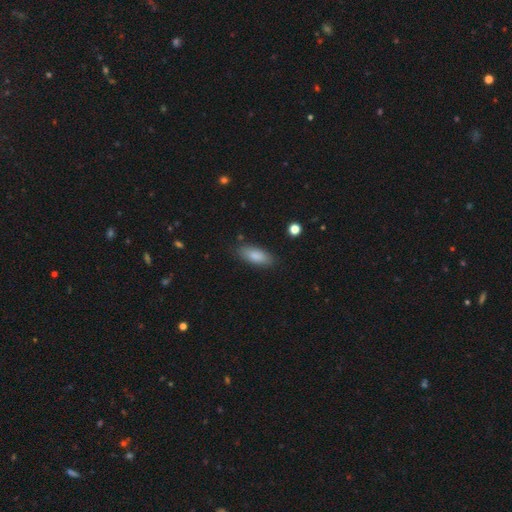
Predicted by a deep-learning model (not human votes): A smooth galaxy with no disk features (85%) that is in between round and cigar-shaped (79%).

Vote fractions:
- Smooth or featured? smooth: 85% / featured or disk: 8% / star or artifact: 7%
- How rounded? in between: 79% / cigar-shaped: 19% / round: 2%
- Merging? none: 84% / minor disturbance: 12% / major disturbance: 3% / merger: 2%